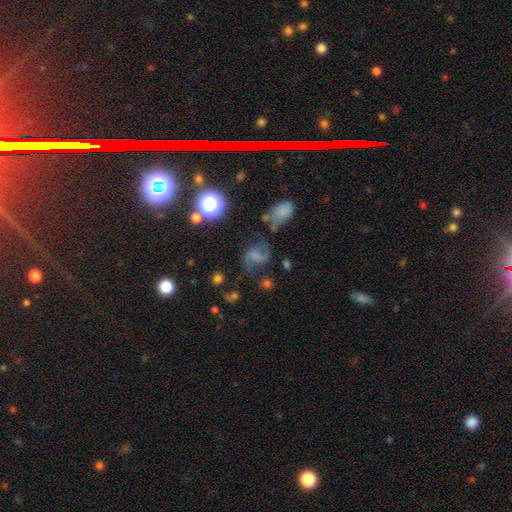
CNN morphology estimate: Smooth or featured?
  - featured or disk: 61% *
  - smooth: 24%
  - star or artifact: 15%
Edge-on disk?
  - no: 97% *
  - yes: 3%
Bar?
  - weak: 42% * (tied)
  - no: 42% * (tied)
  - strong: 15%
Spiral arms?
  - yes: 91% *
  - no: 9%
Spiral winding?
  - loose: 55% *
  - medium: 38%
  - tight: 8%
Spiral arm count?
  - 2: 87% *
  - 1: 5%
  - can't tell: 4%
  - 3: 1%
  - 4: 1%
  - more than 4: 1%
Bulge size?
  - none: 52% *
  - small: 20%
  - moderate: 17%
  - large: 9%
  - dominant: 3%
Merging?
  - none: 56% *
  - minor disturbance: 20%
  - major disturbance: 17%
  - merger: 7%